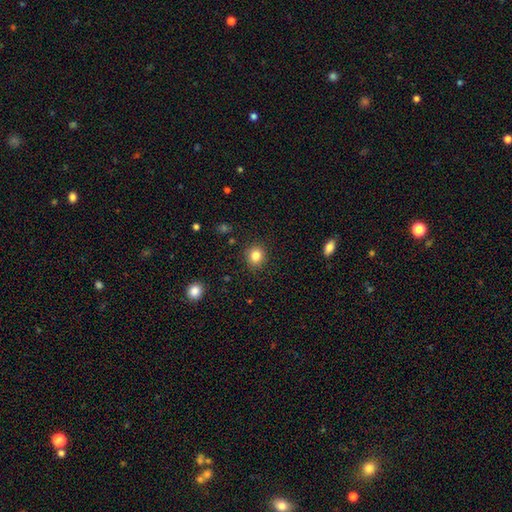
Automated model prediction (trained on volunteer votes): A smooth galaxy with no disk features (84%) that is round (81%).

Vote fractions:
- Smooth or featured? smooth: 84% / star or artifact: 11% / featured or disk: 6%
- How rounded? round: 81% / in between: 18% / cigar-shaped: 1%
- Merging? none: 89% / minor disturbance: 8% / major disturbance: 2% / merger: 1%